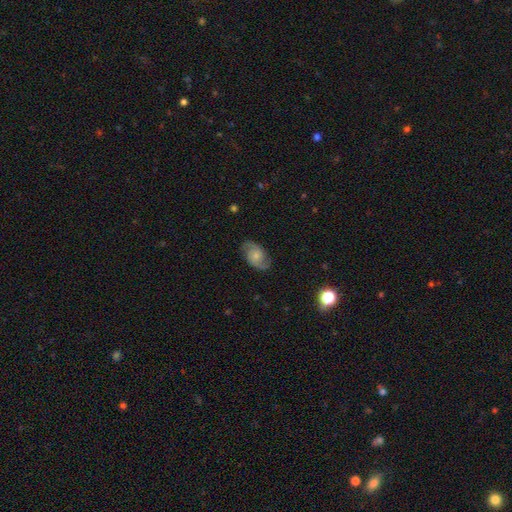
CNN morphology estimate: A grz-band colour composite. It shows a featured or disk galaxy (75%) with no bar (66%), 2 (90%) medium (51%) spiral arms (94%) and a small central bulge (54%). Merging: none (80%).